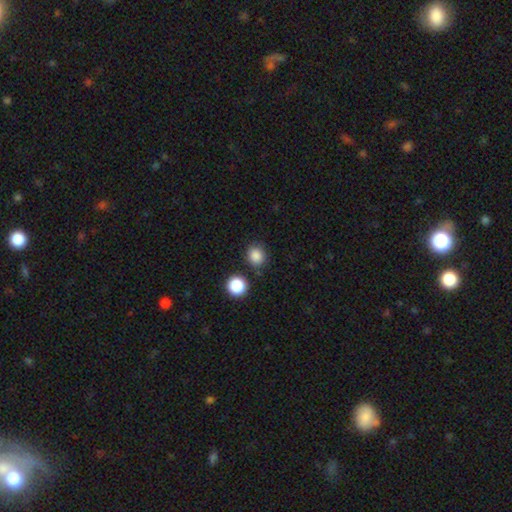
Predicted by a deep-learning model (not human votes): Q: Smooth or featured?
A: smooth (85%); runner-up: star or artifact (11%)
Q: How rounded?
A: round (82%); runner-up: in between (17%)
Q: Merging?
A: none (82%); runner-up: minor disturbance (10%)